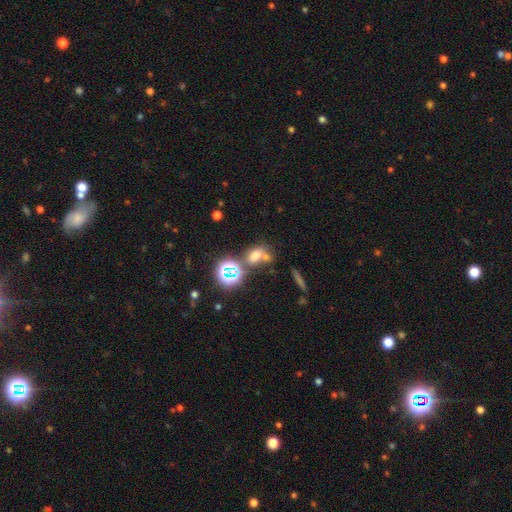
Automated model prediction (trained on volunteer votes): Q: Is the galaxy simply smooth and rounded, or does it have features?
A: smooth — 56%.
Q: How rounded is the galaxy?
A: in between — 62%.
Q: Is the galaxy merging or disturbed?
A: none — 46%.